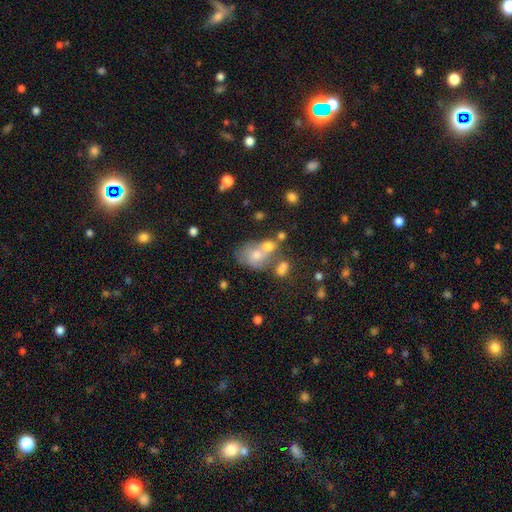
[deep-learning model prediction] Q: Smooth or featured?
A: smooth (60%); runner-up: featured or disk (28%)
Q: How rounded?
A: in between (68%); runner-up: round (31%)
Q: Merging?
A: merger (53%); runner-up: none (23%)